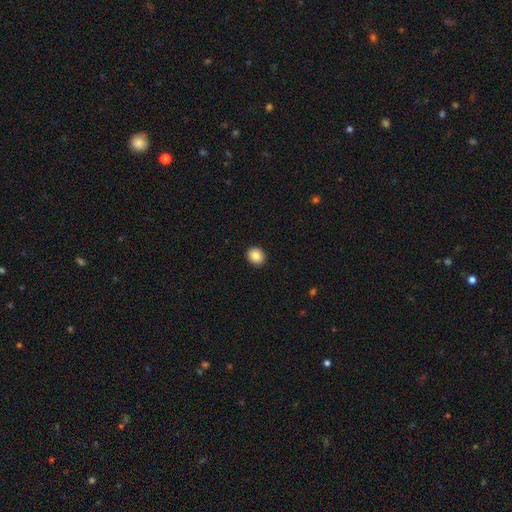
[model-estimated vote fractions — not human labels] Overall: smooth (85%). How rounded: round (68%; in between 31%). Merging: none (92%).